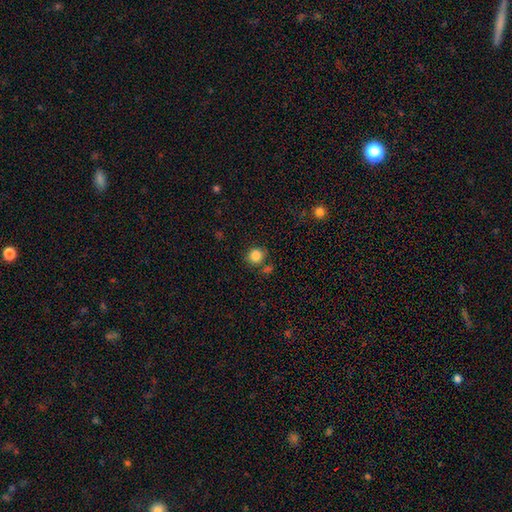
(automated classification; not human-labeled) A smooth galaxy with no disk features (85%) that is round (88%).

Vote fractions:
- Smooth or featured? smooth: 85% / star or artifact: 11% / featured or disk: 4%
- How rounded? round: 88% / in between: 11% / cigar-shaped: 1%
- Merging? none: 77% / minor disturbance: 11% / merger: 8% / major disturbance: 4%